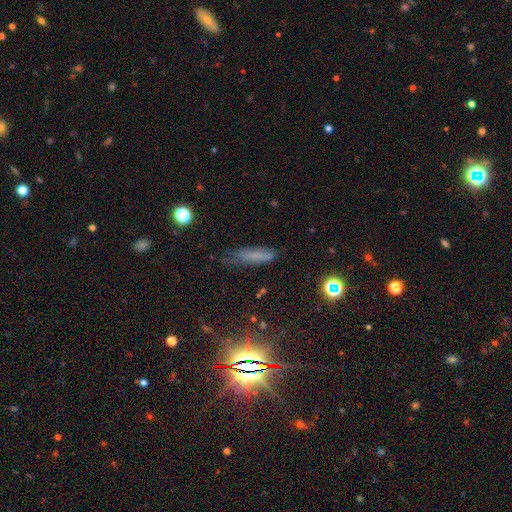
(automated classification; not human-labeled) This is possibly a smooth galaxy (59%). How rounded: likely cigar-shaped (74%). Merging: likely none (60%).